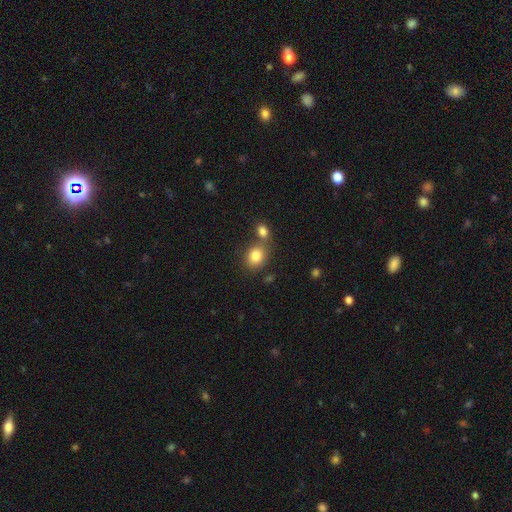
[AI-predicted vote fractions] This appears to be a smooth galaxy with no disk features (83%) that is round (55%). Merging: none (55%).